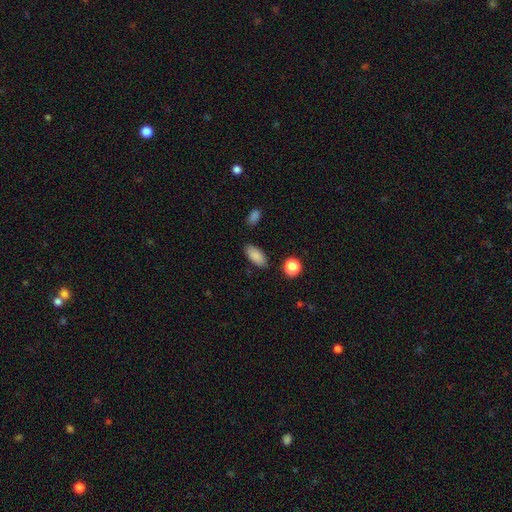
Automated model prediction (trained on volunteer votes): Smooth or featured?
  - smooth: 87% *
  - star or artifact: 8%
  - featured or disk: 5%
How rounded?
  - in between: 89% *
  - cigar-shaped: 8%
  - round: 3%
Merging?
  - none: 85% *
  - minor disturbance: 10%
  - major disturbance: 3%
  - merger: 2%